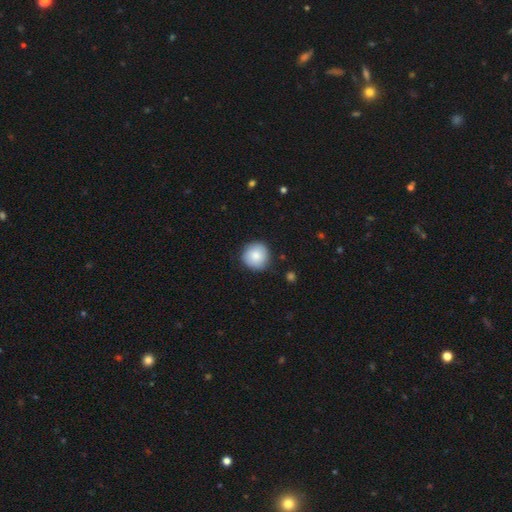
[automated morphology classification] A smooth galaxy with no disk features (85%) that is round (94%). Merging: none (87%).